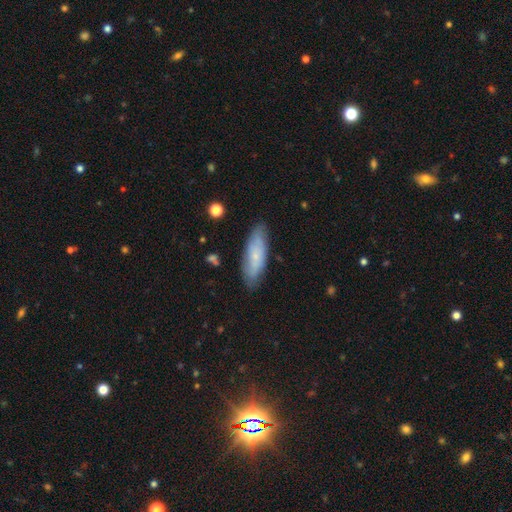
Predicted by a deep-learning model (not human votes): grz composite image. It shows a smooth galaxy with no disk features (57%) that is in between round and cigar-shaped (59%). Merging: none (80%).